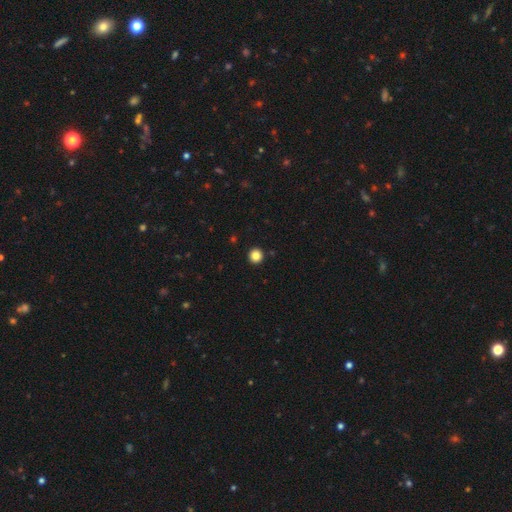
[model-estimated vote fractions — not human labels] Morphology: type=smooth (86%); roundness=round (95%); merging=none (94%).